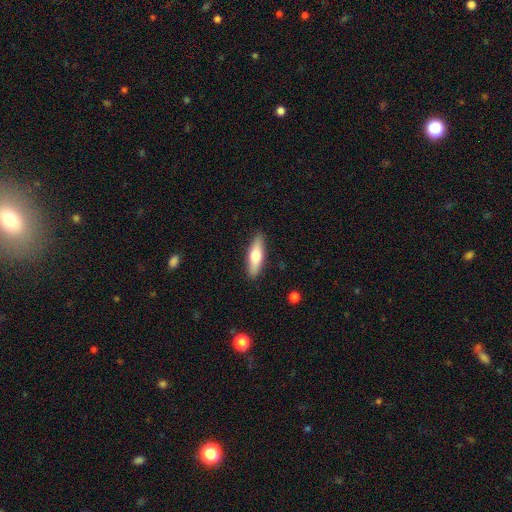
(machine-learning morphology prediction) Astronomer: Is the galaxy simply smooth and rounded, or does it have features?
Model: smooth — 62%.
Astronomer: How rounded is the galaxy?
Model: cigar-shaped — 58% (runner-up: in between, 40%).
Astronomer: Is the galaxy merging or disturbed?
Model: none — 89%.